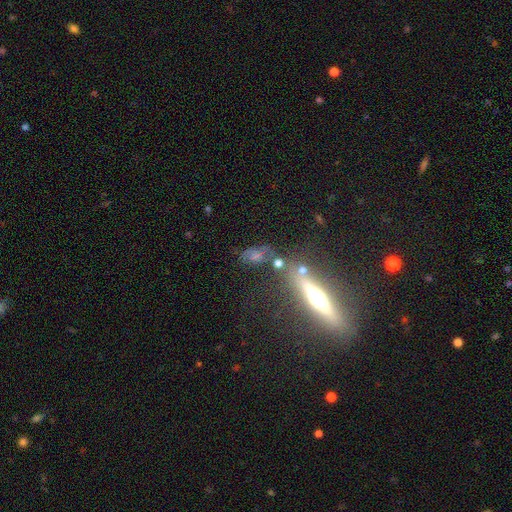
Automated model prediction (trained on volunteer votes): The model was most divided on "smooth or featured": smooth: 48%, featured or disk: 29%, star or artifact: 22%. Remaining: merging — none (45%).